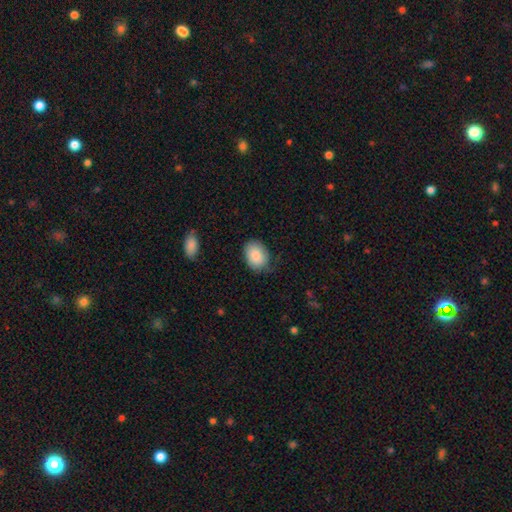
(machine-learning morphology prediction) This is clearly a smooth galaxy (85%). How rounded: likely in between (71%). Merging: likely none (69%).